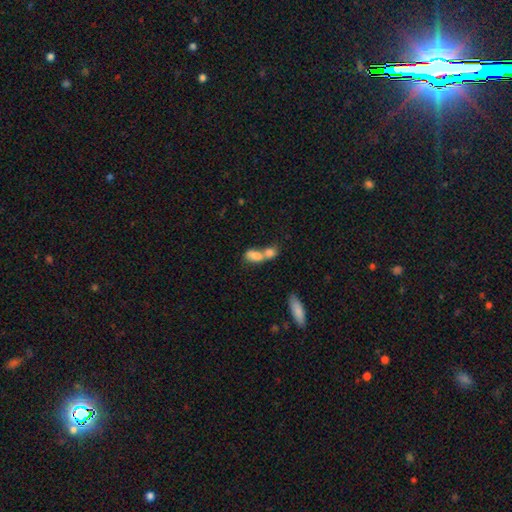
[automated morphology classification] Smooth or featured?
  - smooth: 77% *
  - featured or disk: 15%
  - star or artifact: 9%
How rounded?
  - in between: 78% *
  - round: 12%
  - cigar-shaped: 10%
Merging?
  - merger: 73% *
  - none: 16%
  - minor disturbance: 6%
  - major disturbance: 5%